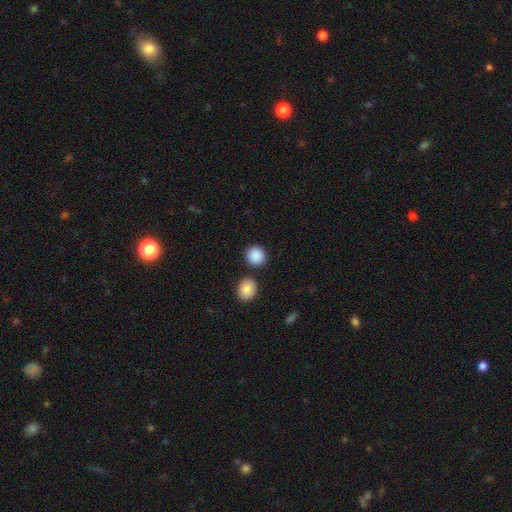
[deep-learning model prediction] The model was most divided on "how rounded": round: 86%, in between: 13%, cigar-shaped: 1%. More confident: smooth or featured — smooth (89%); merging — none (83%).